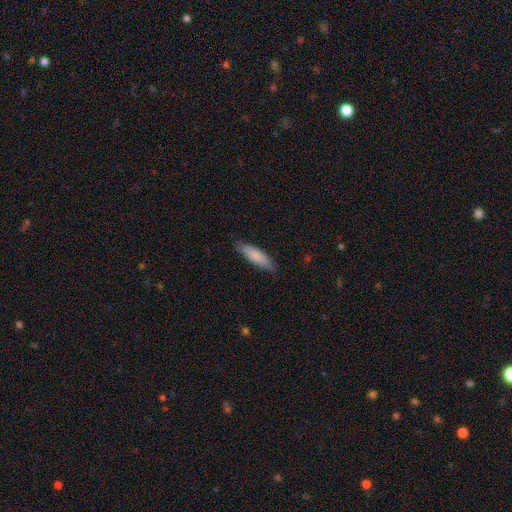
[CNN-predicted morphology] Smooth or featured? Predicted: smooth (p=0.82). How rounded? Predicted: cigar-shaped (p=0.56). Merging? Predicted: none (p=0.82).